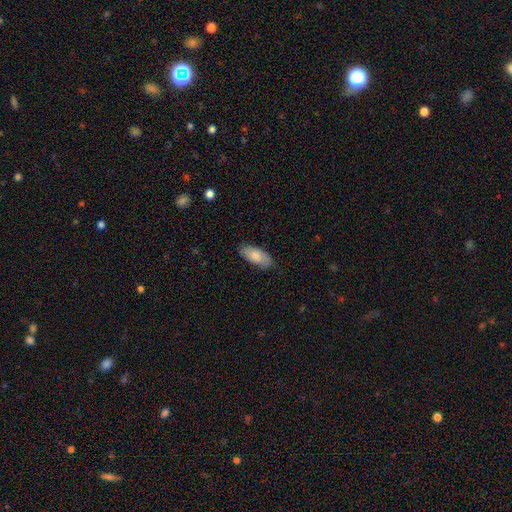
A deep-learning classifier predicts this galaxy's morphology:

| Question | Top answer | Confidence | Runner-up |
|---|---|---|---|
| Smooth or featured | smooth | 78% | featured or disk (17%) |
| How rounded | in between | 86% | cigar-shaped (11%) |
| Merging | none | 78% | minor disturbance (17%) |